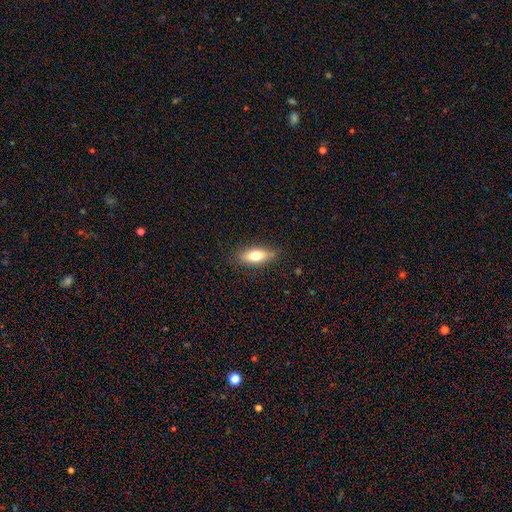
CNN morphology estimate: Overall: smooth (69%). How rounded: in between (67%; cigar-shaped 30%). Merging: none (83%).